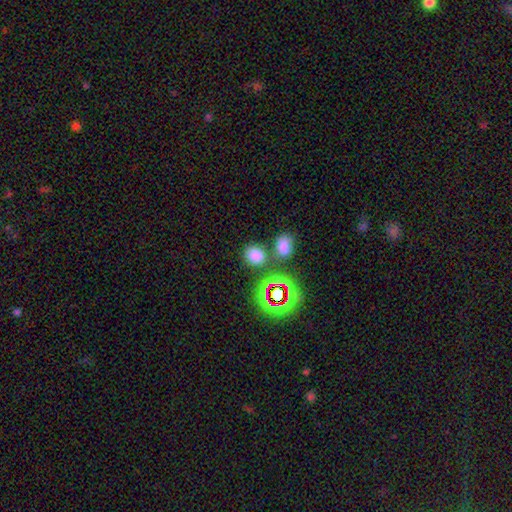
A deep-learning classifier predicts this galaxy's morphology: smooth-or-featured: smooth: 74% | star or artifact: 20% | featured or disk: 6%
  how-rounded: round: 57% | in between: 42% | cigar-shaped: 1%
  merging: none: 69% | merger: 17% | minor disturbance: 10% | major disturbance: 4%